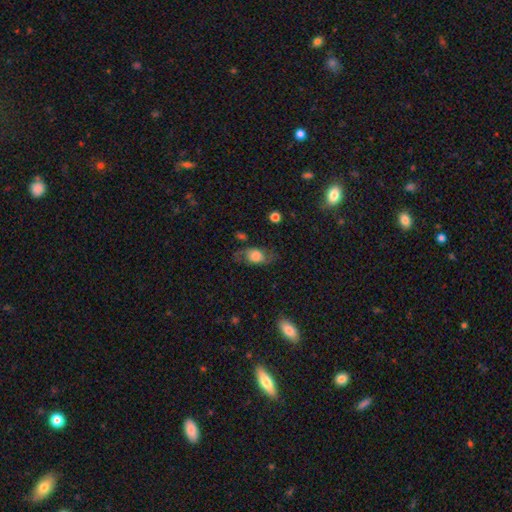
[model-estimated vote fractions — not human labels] Smooth or featured: smooth — 51% (featured or disk — 39%)
How rounded: in between — 70% (round — 26%)
Merging: none — 63% (minor disturbance — 21%)